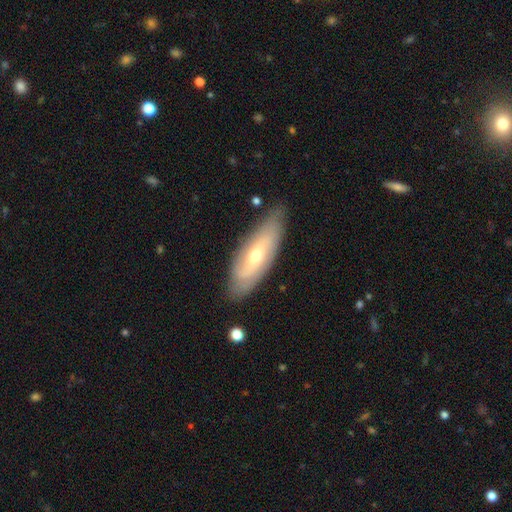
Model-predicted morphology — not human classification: Smooth or featured: featured or disk — 59% (smooth — 35%)
Edge-on disk: no — 78% (yes — 22%)
Merging: none — 78% (minor disturbance — 16%)